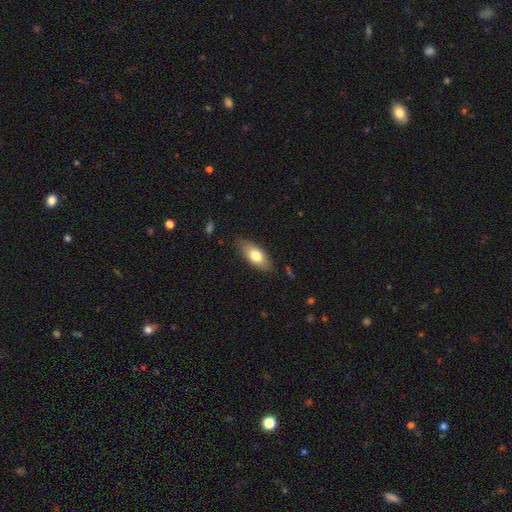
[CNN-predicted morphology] Smooth or featured: smooth — 74% (featured or disk — 20%)
How rounded: in between — 83% (cigar-shaped — 13%)
Merging: none — 83% (minor disturbance — 13%)